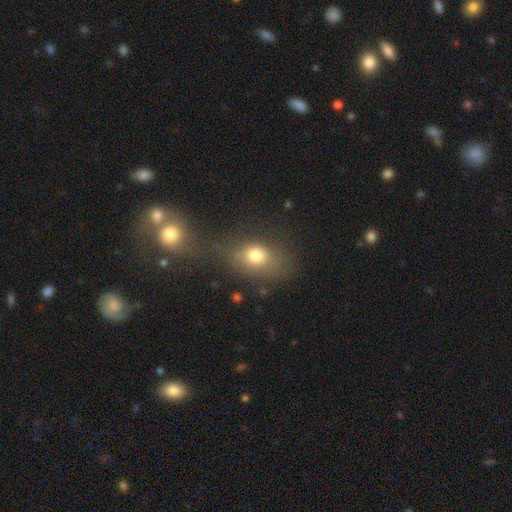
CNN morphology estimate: smooth-or-featured: smooth: 76% | star or artifact: 13% | featured or disk: 11%
  how-rounded: in between: 58% | round: 40% | cigar-shaped: 2%
  merging: none: 55% | minor disturbance: 18% | major disturbance: 14% | merger: 14%